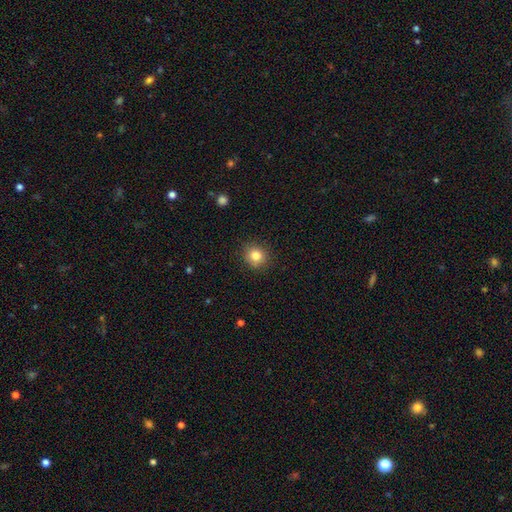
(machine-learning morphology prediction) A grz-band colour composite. It shows a smooth galaxy with no disk features (82%) that is round (83%). Merging: none (88%).